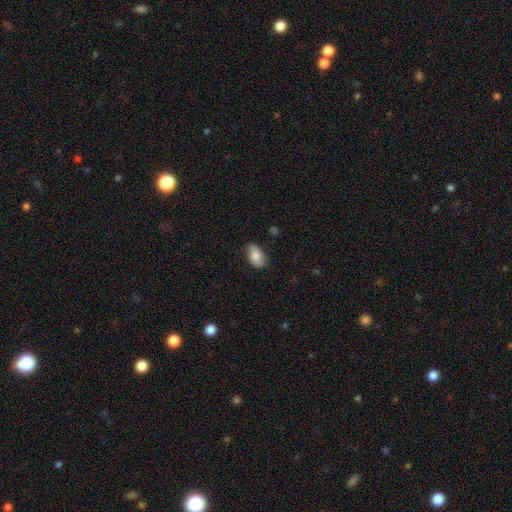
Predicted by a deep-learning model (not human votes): Smooth or featured?
  - smooth: 79% *
  - featured or disk: 14%
  - star or artifact: 7%
How rounded?
  - in between: 93% *
  - round: 5%
  - cigar-shaped: 2%
Merging?
  - none: 75% *
  - minor disturbance: 20%
  - major disturbance: 3%
  - merger: 1%